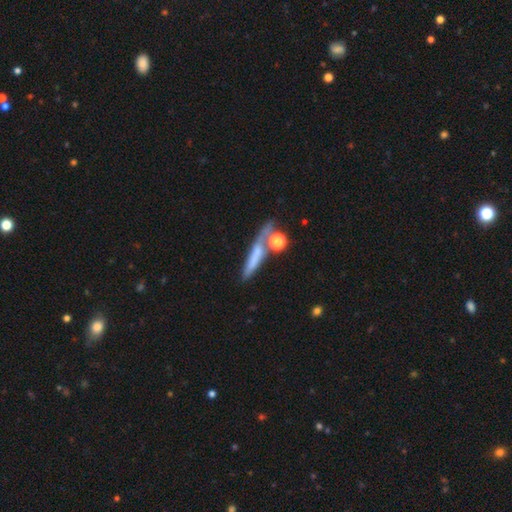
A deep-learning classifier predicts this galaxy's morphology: This is possibly a smooth galaxy (55%). How rounded: likely cigar-shaped (70%). Merging: possibly none (51%).